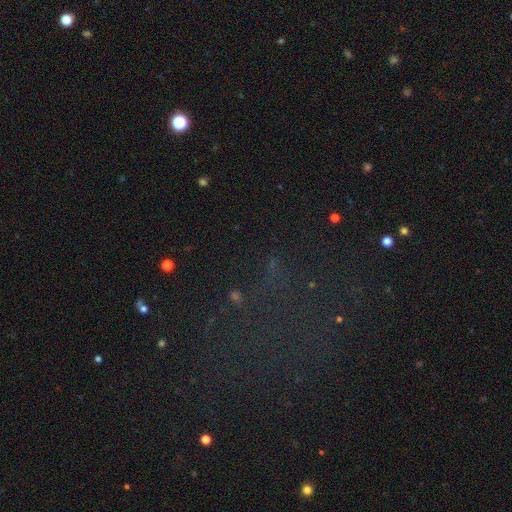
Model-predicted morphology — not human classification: This is likely a star or artifact rather than a galaxy (63%).